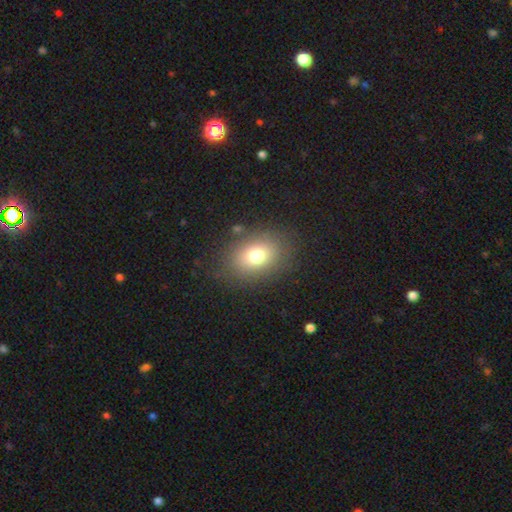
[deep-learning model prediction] Overall: smooth (74%). How rounded: in between (63%; round 36%). Merging: none (82%).